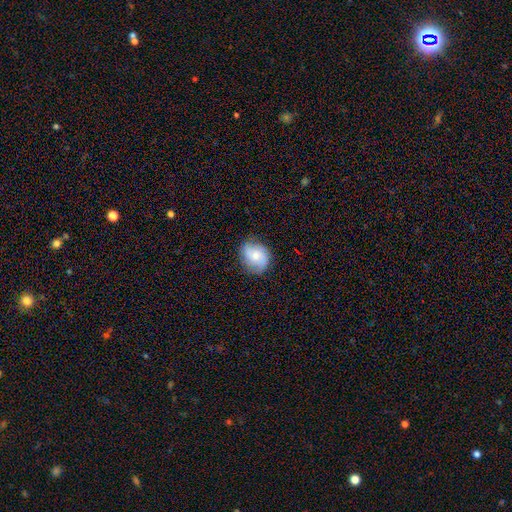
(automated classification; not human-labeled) Overall: featured or disk (51%; smooth 41%). Edge-on disk: no (97%). Merging: none (74%).